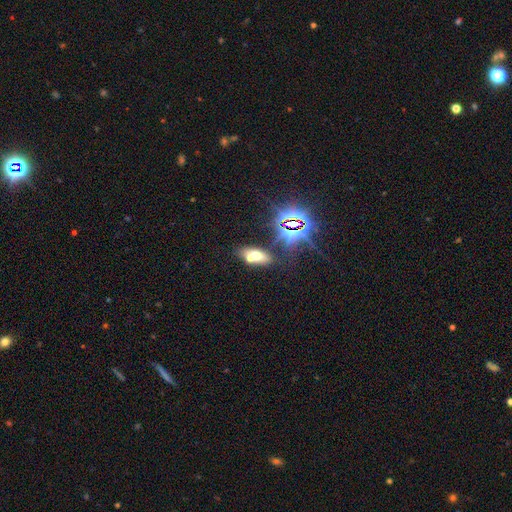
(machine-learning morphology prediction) smooth_or_featured: smooth (p=0.52) [alt: star or artifact p=0.25]
how_rounded: in between (p=0.80) [alt: round p=0.11]
merging: merger (p=0.43) [alt: none p=0.41]